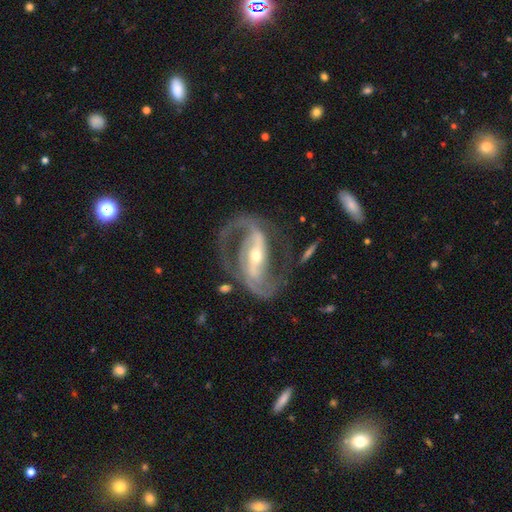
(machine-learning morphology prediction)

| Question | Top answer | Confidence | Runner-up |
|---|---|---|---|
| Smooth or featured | featured or disk | 92% | star or artifact (5%) |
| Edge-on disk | no | 96% | yes (4%) |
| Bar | strong | 64% | weak (23%) |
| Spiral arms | yes | 97% | no (3%) |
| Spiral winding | medium | 57% | loose (22%) |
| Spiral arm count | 2 | 92% | can't tell (2%) |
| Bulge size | small | 49% | moderate (46%) |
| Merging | none | 72% | minor disturbance (14%) |